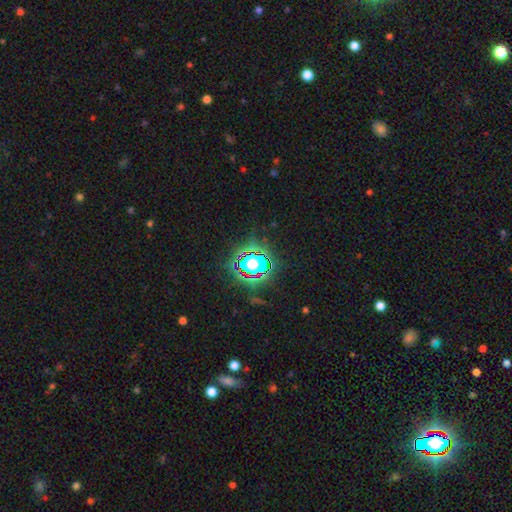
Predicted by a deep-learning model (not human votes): This is likely a star or artifact rather than a galaxy (76%).